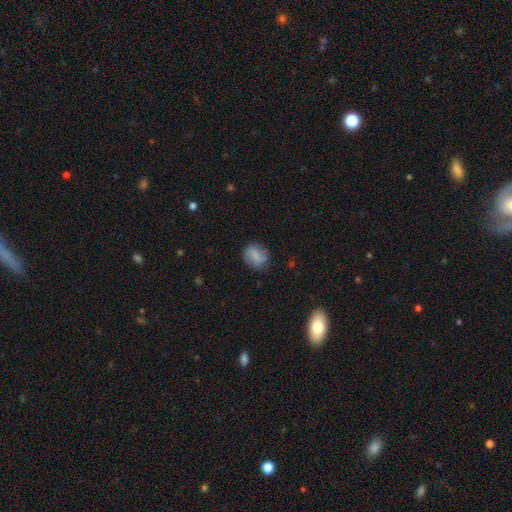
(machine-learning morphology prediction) A smooth galaxy with no disk features (75%) that is round (52%).

Vote fractions:
- Smooth or featured? smooth: 75% / featured or disk: 17% / star or artifact: 8%
- How rounded? round: 52% / in between: 46% / cigar-shaped: 2%
- Merging? none: 76% / minor disturbance: 17% / major disturbance: 5% / merger: 2%